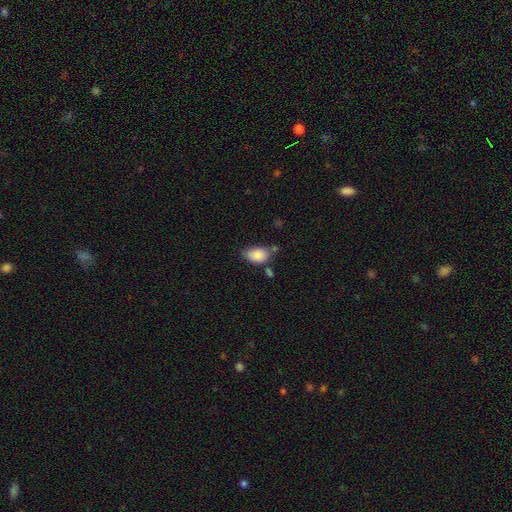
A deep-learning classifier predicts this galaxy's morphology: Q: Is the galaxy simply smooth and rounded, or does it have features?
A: smooth — 86%.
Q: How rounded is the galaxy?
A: in between — 89%.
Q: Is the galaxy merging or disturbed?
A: none — 55%.